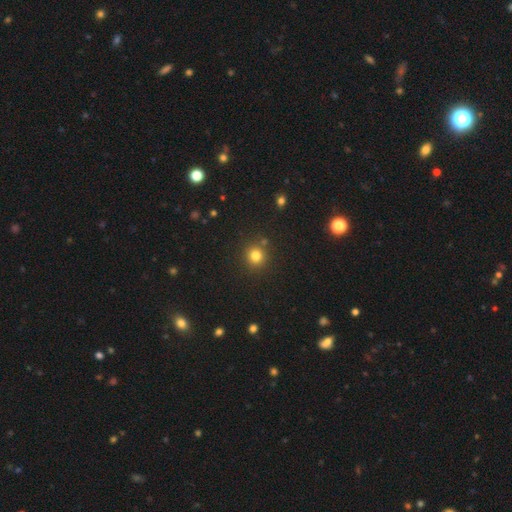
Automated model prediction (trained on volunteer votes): Morphology: type=smooth (80%); roundness=round (92%); merging=none (86%).